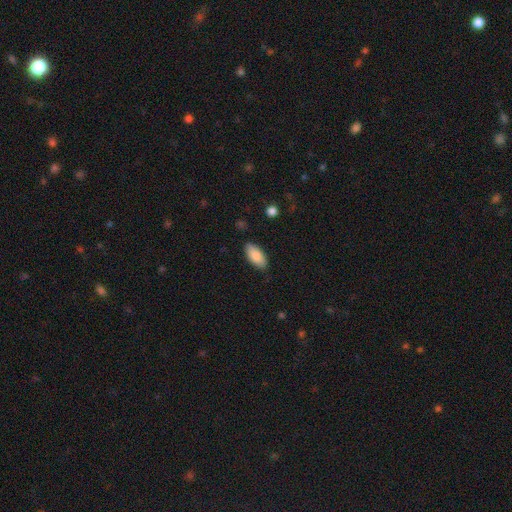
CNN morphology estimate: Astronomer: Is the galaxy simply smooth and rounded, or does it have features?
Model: smooth — 87%.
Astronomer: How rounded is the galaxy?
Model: in between — 92%.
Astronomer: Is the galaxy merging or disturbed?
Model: none — 85%.